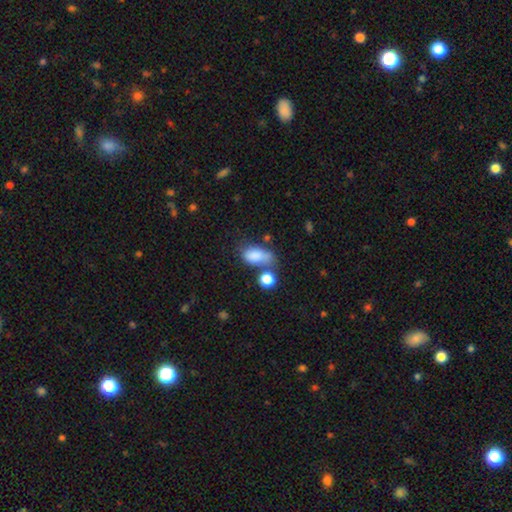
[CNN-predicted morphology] This appears to be a smooth galaxy with no disk features (82%) that is in between round and cigar-shaped (87%). Merging: none (40%).